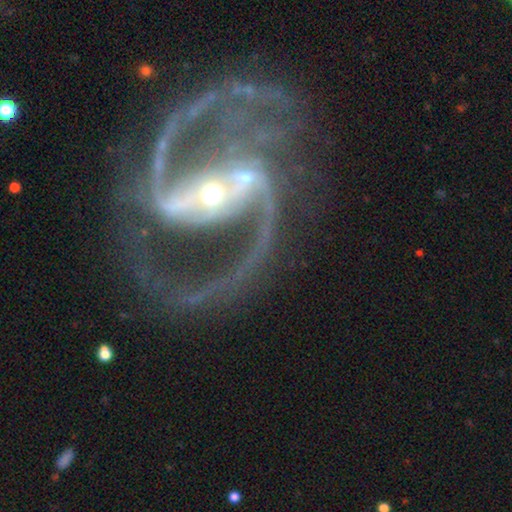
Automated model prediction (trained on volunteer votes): This appears to be a featured or disk galaxy (93%) with a strong bar (67%), 2 (87%) medium (63%) spiral arms (98%) and a small central bulge (64%). Merging: none (63%).